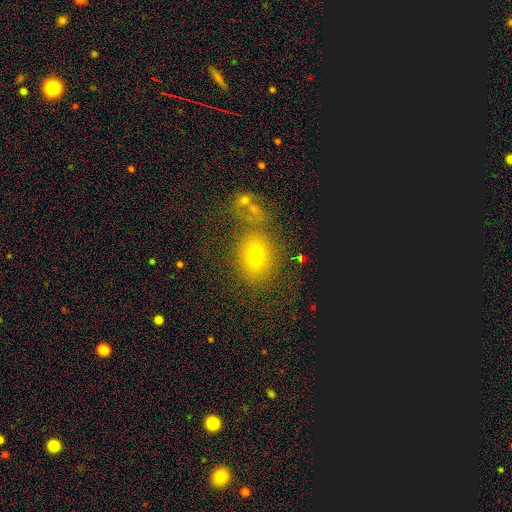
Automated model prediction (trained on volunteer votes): smooth_or_featured: smooth (p=0.69) [alt: star or artifact p=0.16]
how_rounded: in between (p=0.56) [alt: round p=0.42]
merging: none (p=0.67) [alt: minor disturbance p=0.13]